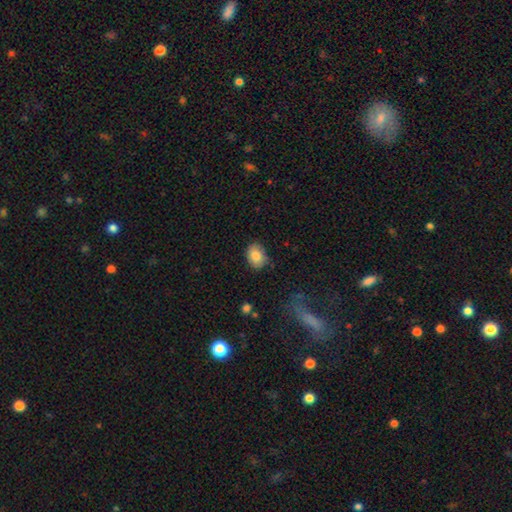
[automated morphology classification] The model was most divided on "how rounded": in between: 67%, round: 32%, cigar-shaped: 1%. More confident: smooth or featured — smooth (84%); merging — none (77%).